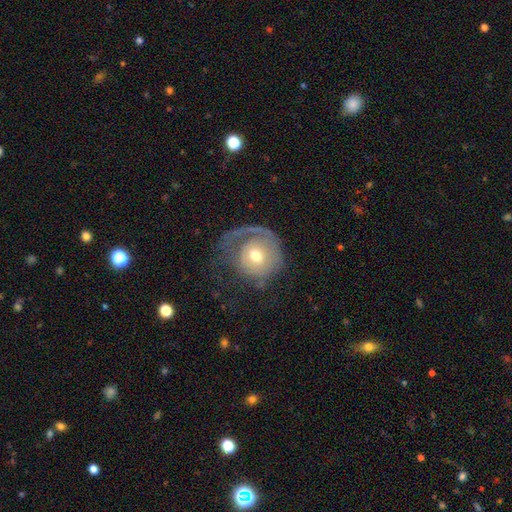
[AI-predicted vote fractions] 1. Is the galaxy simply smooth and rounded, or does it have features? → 48% featured or disk, 44% smooth, 7% star or artifact.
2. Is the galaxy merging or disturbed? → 42% major disturbance, 37% none, 19% minor disturbance, 3% merger.